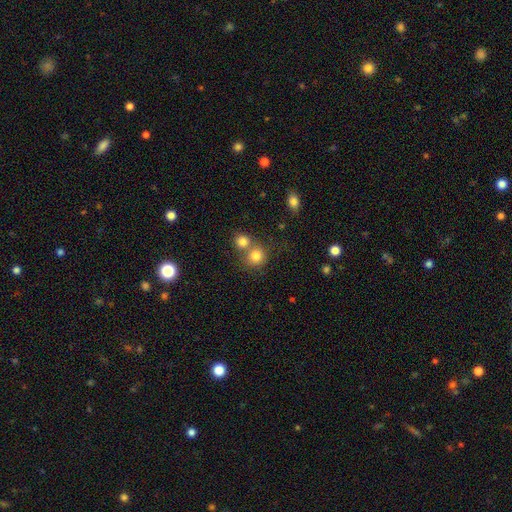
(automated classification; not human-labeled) This appears to be a smooth galaxy with no disk features (81%) that is round (86%). Merging: none (50%).